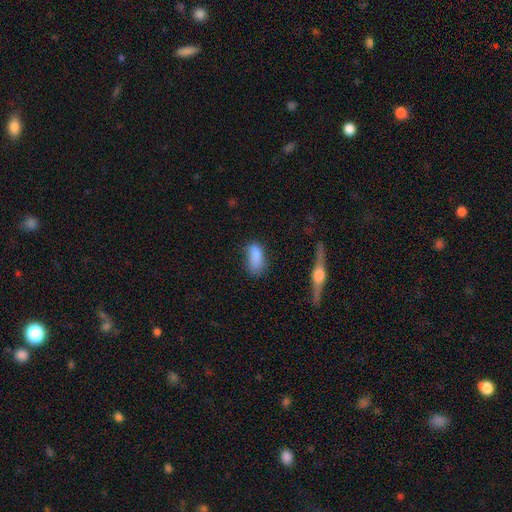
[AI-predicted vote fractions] A smooth galaxy with no disk features (82%) that is in between round and cigar-shaped (86%). Merging: none (50%).